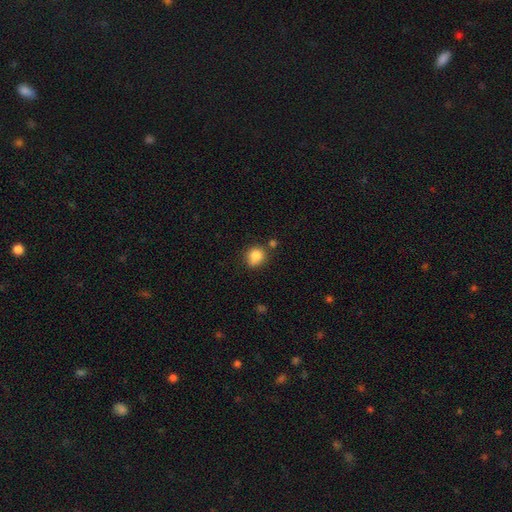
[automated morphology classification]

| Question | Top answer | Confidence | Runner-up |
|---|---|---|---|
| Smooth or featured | smooth | 84% | star or artifact (10%) |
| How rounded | round | 76% | in between (23%) |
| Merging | none | 65% | minor disturbance (20%) |